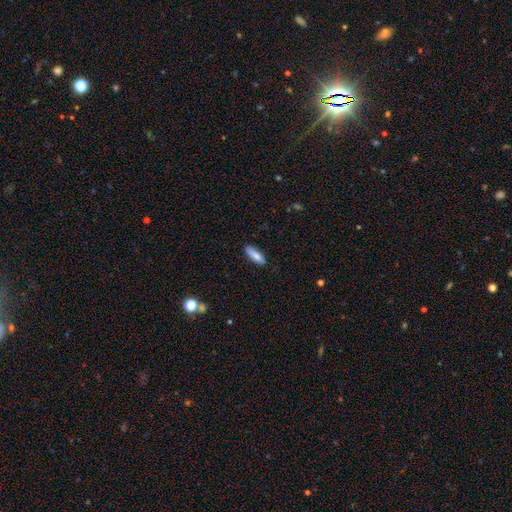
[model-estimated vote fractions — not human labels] A smooth galaxy with no disk features (78%) that is cigar-shaped (51%).

Vote fractions:
- Smooth or featured? smooth: 78% / featured or disk: 16% / star or artifact: 6%
- How rounded? cigar-shaped: 51% / in between: 47% / round: 2%
- Merging? none: 86% / minor disturbance: 10% / major disturbance: 2% / merger: 1%